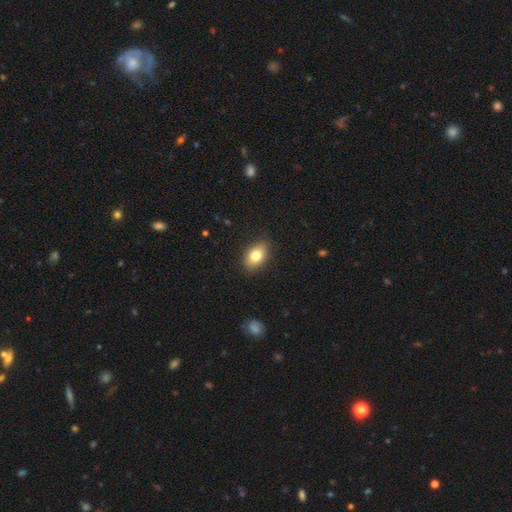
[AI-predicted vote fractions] A smooth galaxy with no disk features (81%) that is in between round and cigar-shaped (82%). Merging: none (85%).